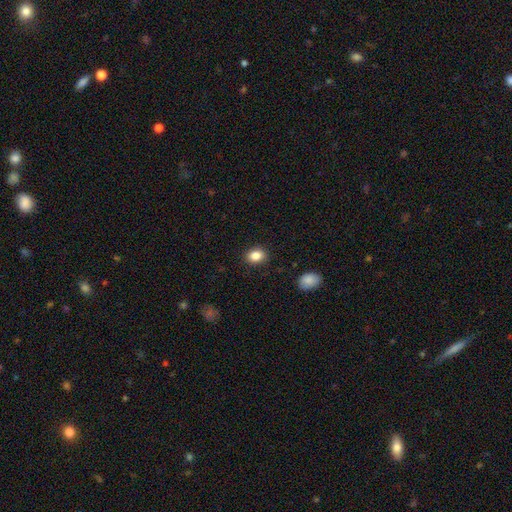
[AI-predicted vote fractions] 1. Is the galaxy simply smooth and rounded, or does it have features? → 86% smooth, 9% star or artifact, 5% featured or disk.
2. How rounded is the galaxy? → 58% in between, 41% round, 1% cigar-shaped.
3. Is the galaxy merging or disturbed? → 88% none, 8% minor disturbance, 2% major disturbance, 1% merger.